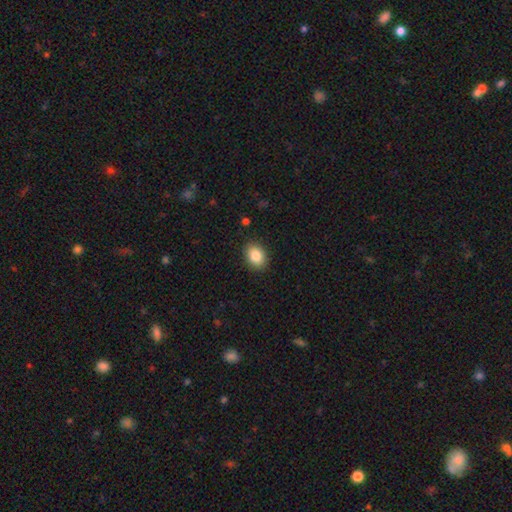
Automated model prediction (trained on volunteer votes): smooth-or-featured: smooth: 86% | star or artifact: 8% | featured or disk: 6%
  how-rounded: in between: 72% | round: 27% | cigar-shaped: 1%
  merging: none: 89% | minor disturbance: 8% | major disturbance: 2% | merger: 1%